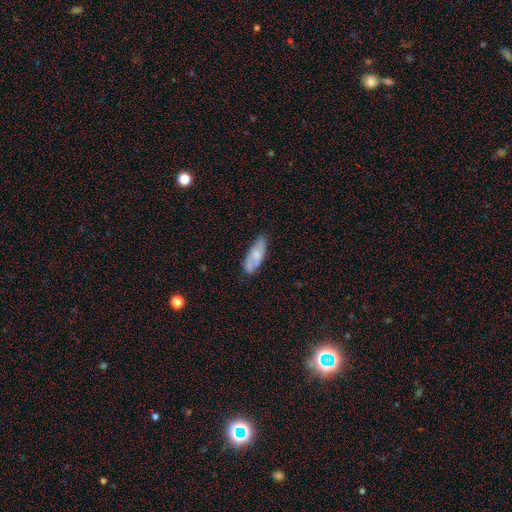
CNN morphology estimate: smooth-or-featured: smooth: 60% | featured or disk: 33% | star or artifact: 7%
  how-rounded: in between: 75% | cigar-shaped: 23% | round: 2%
  merging: none: 59% | minor disturbance: 29% | major disturbance: 8% | merger: 5%